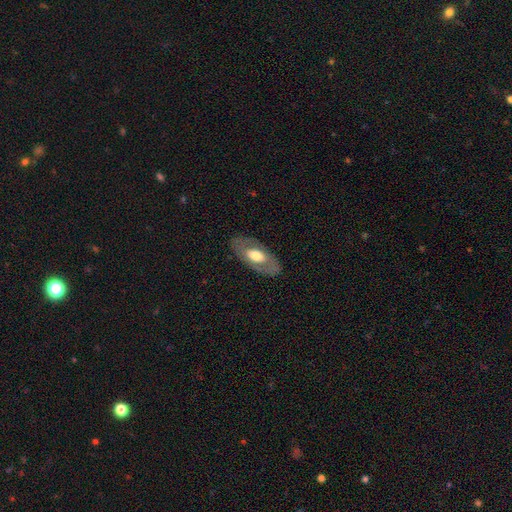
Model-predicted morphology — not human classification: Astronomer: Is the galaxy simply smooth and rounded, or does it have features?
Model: featured or disk — 49% (runner-up: smooth, 46%).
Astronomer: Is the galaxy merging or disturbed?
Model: none — 83%.